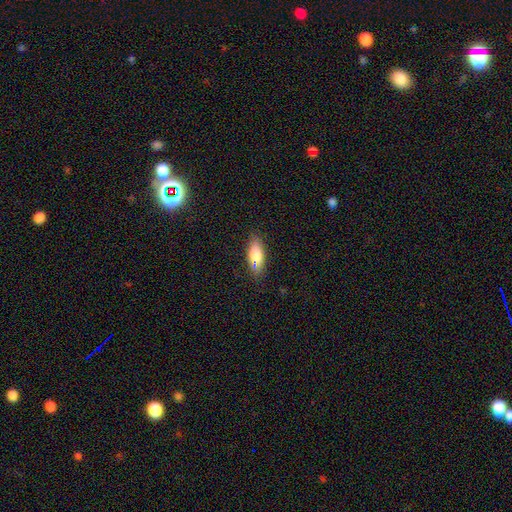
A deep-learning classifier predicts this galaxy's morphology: Smooth or featured? smooth (77%)
How rounded? in between (72%)
Merging? none (83%)